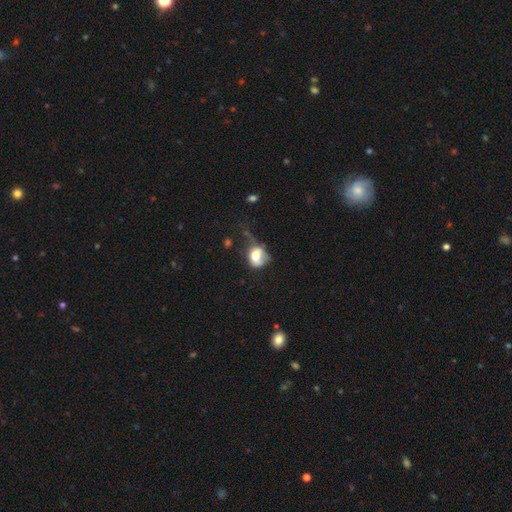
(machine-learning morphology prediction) Overall: smooth (65%; featured or disk 25%). How rounded: round (54%; in between 45%). Merging: major disturbance (40%; minor disturbance 29%).